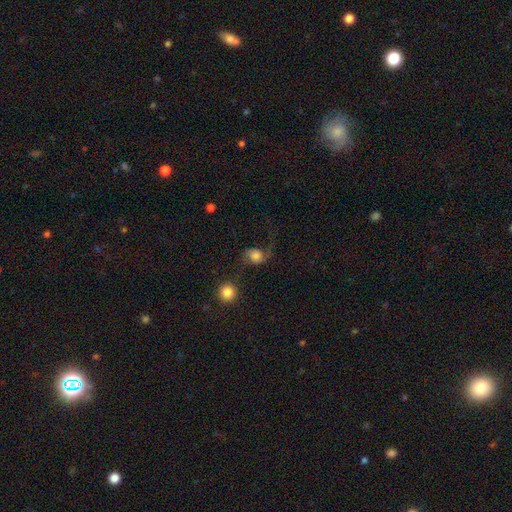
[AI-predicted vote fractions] Overall: featured or disk (55%; smooth 35%). Edge-on disk: no (97%). Bar: no (71%). Spiral arms: yes (90%). Bulge size: moderate (40%; large 30%). Merging: none (46%; major disturbance 28%).